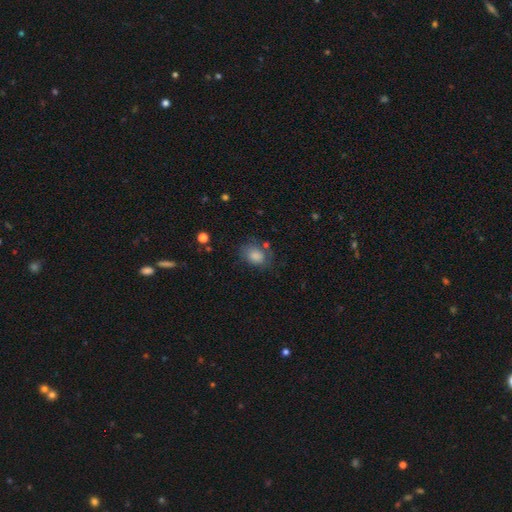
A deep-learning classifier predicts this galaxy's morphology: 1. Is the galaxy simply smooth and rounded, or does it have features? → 80% smooth, 11% featured or disk, 9% star or artifact.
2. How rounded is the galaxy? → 62% in between, 37% round, 1% cigar-shaped.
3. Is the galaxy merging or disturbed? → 59% none, 25% minor disturbance, 11% major disturbance, 5% merger.